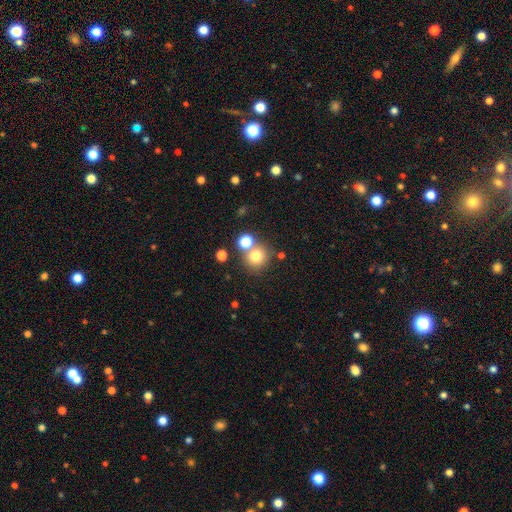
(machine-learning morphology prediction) This appears to be a smooth galaxy with no disk features (75%) that is round (90%). Merging: none (64%).